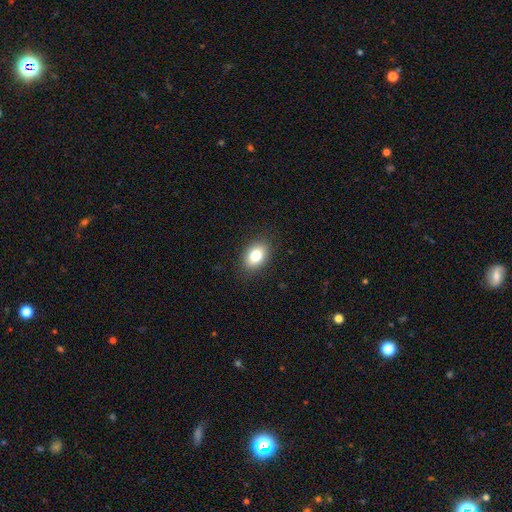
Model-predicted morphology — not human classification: Overall: smooth (81%). How rounded: in between (80%). Merging: none (88%).